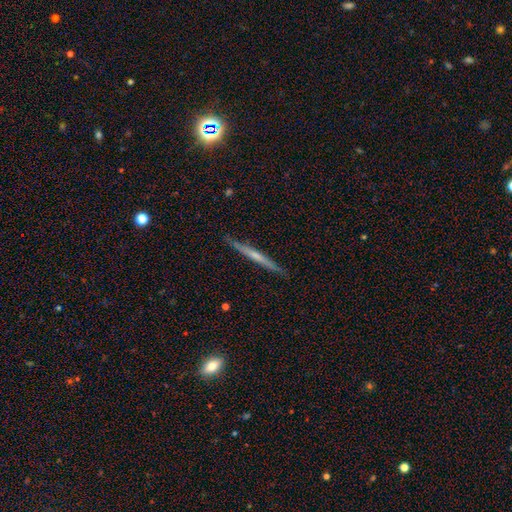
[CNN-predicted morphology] type=featured or disk (58%); edge-on=yes (97%); edge-on bulge=none (64%); merging=none (87%).